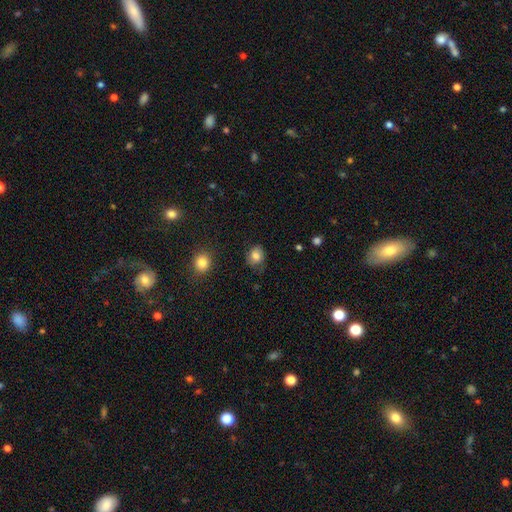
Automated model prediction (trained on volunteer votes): The model was most divided on "how rounded": round: 54%, in between: 45%, cigar-shaped: 1%. More confident: smooth or featured — smooth (78%); merging — none (69%).